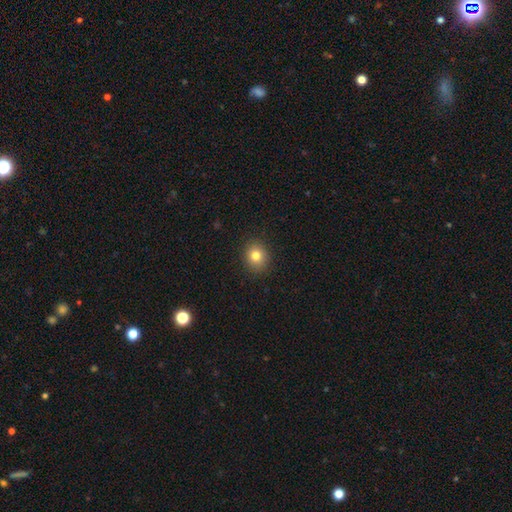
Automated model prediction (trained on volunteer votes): Q: Smooth or featured?
A: smooth (80%); runner-up: star or artifact (11%)
Q: How rounded?
A: round (78%); runner-up: in between (21%)
Q: Merging?
A: none (91%); runner-up: minor disturbance (6%)